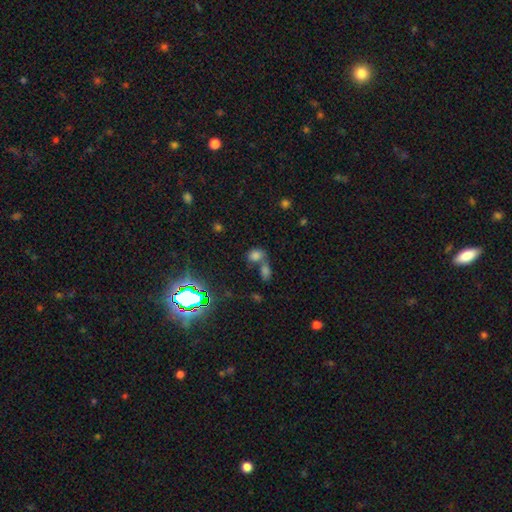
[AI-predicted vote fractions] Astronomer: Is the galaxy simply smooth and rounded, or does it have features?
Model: smooth — 69%.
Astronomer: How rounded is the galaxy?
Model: in between — 70%.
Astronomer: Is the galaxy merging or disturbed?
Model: merger — 50% (runner-up: none, 37%).